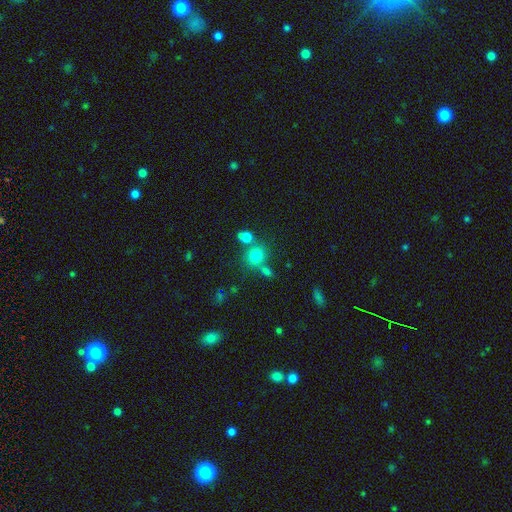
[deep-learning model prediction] smooth_or_featured: smooth (p=0.77) [alt: star or artifact p=0.14]
how_rounded: round (p=0.80) [alt: in between p=0.19]
merging: none (p=0.60) [alt: merger p=0.25]